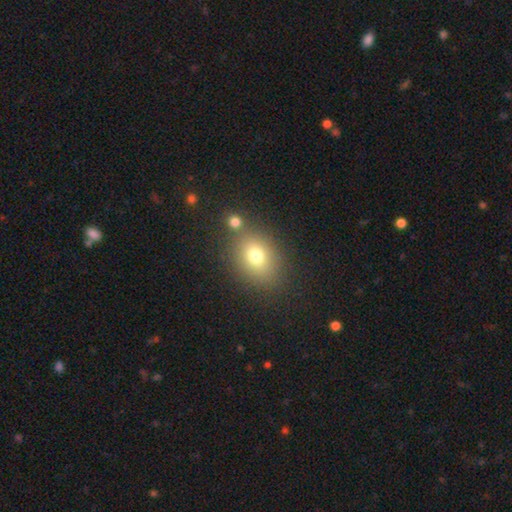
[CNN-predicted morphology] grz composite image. It shows a smooth galaxy with no disk features (74%) that is in between round and cigar-shaped (56%). Merging: none (70%).